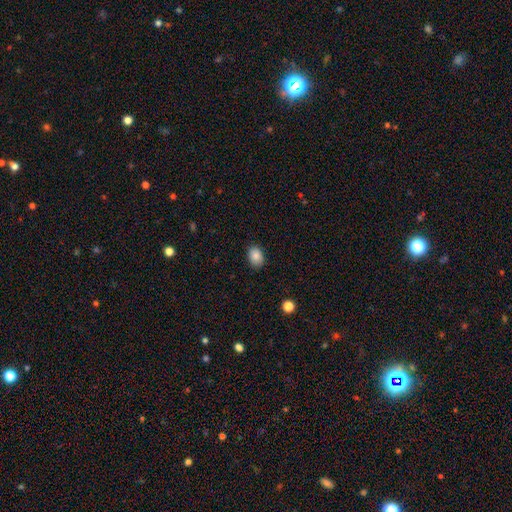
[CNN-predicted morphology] Smooth or featured: smooth — 86% (star or artifact — 8%)
How rounded: in between — 78% (round — 21%)
Merging: none — 85% (minor disturbance — 11%)